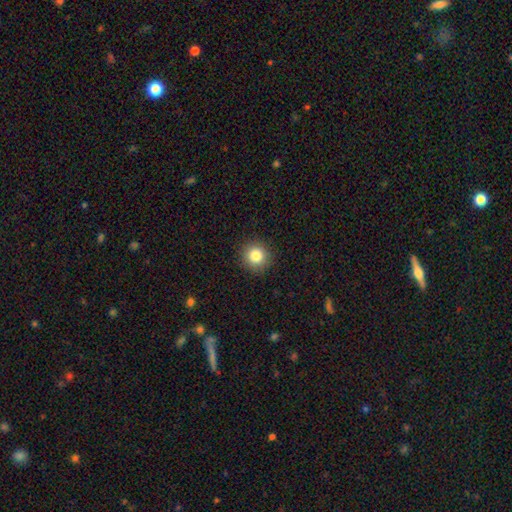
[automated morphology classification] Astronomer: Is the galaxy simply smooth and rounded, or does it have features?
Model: smooth — 84%.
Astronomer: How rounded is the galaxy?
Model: round — 93%.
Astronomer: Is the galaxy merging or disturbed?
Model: none — 91%.